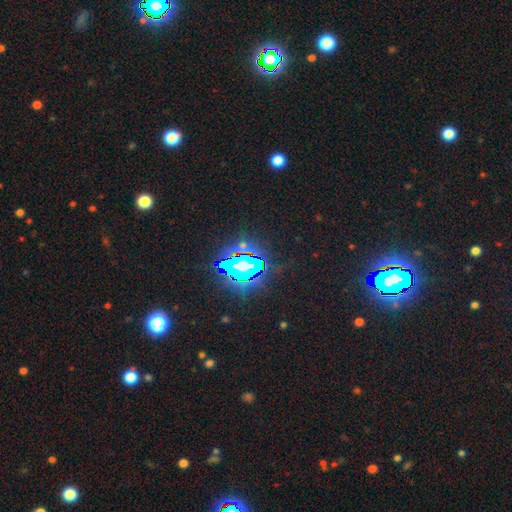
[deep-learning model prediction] Smooth or featured: star or artifact — 82% (smooth — 10%)